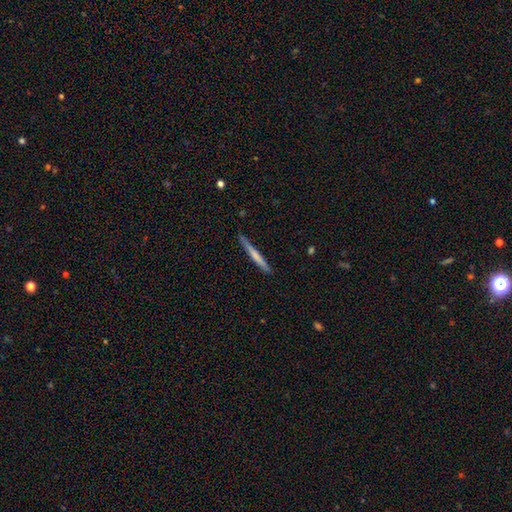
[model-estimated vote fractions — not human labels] Smooth or featured? smooth (56%)
How rounded? cigar-shaped (97%)
Merging? none (86%)